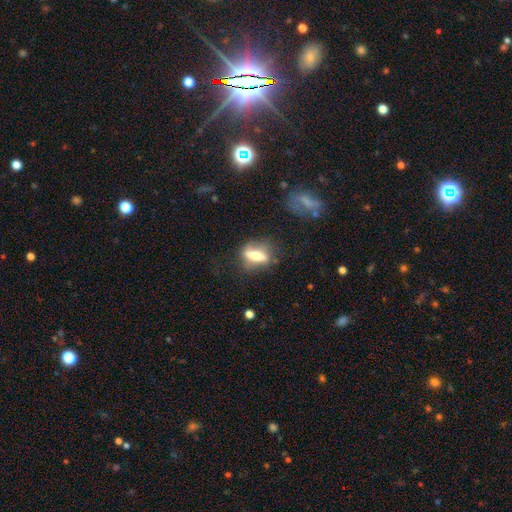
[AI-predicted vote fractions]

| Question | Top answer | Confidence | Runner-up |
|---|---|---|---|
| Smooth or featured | smooth | 49% | featured or disk (42%) |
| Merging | none | 67% | minor disturbance (18%) |